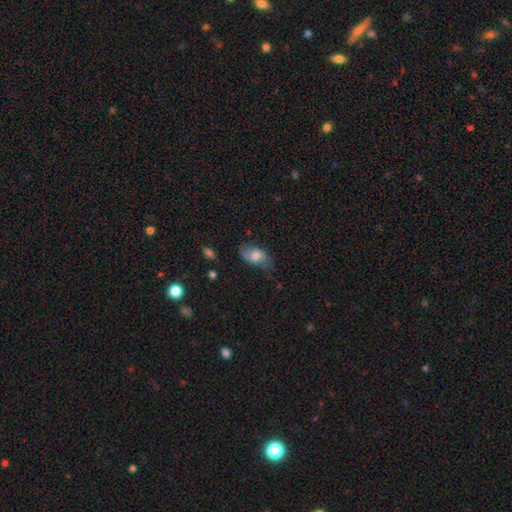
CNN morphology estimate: This appears to be a smooth galaxy with no disk features (58%) that is in between round and cigar-shaped (88%). Merging: none (60%).